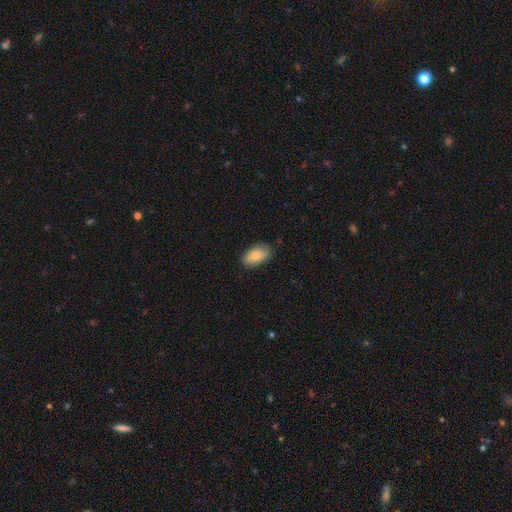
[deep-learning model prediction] smooth 82%, featured or disk 12%, star or artifact 6%. Down the decision tree: how rounded — in between (93%); merging — none (81%).